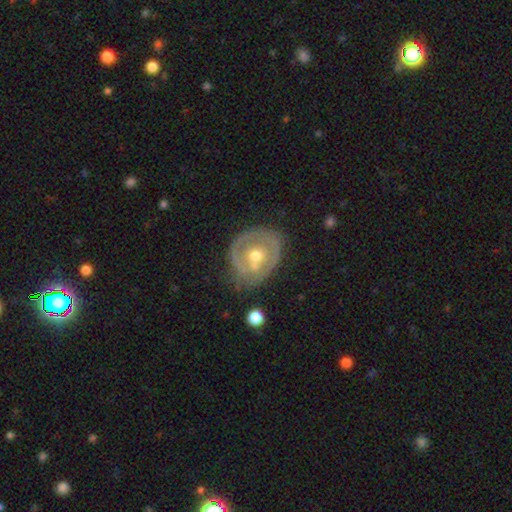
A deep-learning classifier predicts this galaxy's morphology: This appears to be a featured or disk galaxy (76%) with no bar (63%), spiral arms (65%) and a moderate central bulge (72%). Merging: none (68%).